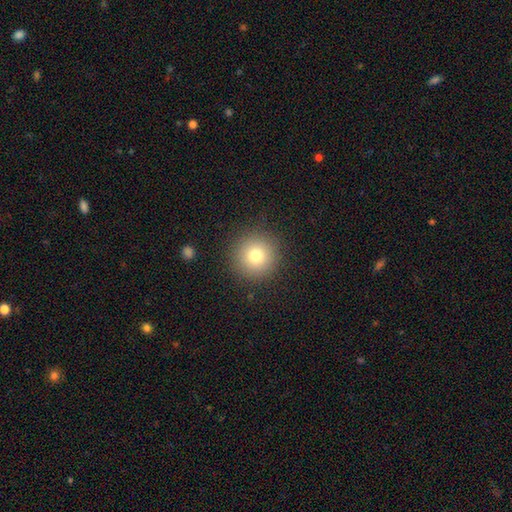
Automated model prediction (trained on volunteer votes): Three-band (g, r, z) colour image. It shows a smooth galaxy with no disk features (78%) that is round (96%). Merging: none (90%).